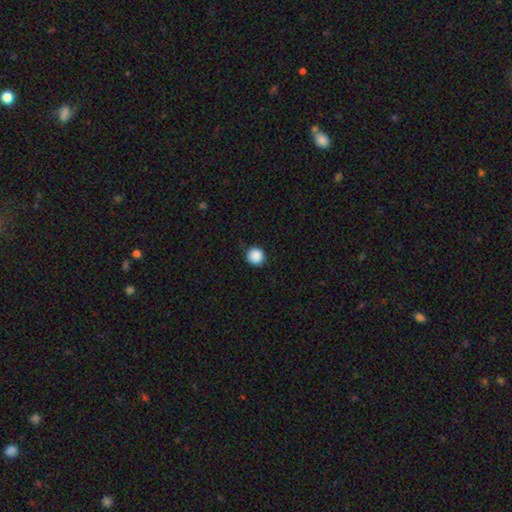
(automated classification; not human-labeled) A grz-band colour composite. It shows a smooth galaxy with no disk features (89%) that is round (95%). Merging: none (90%).